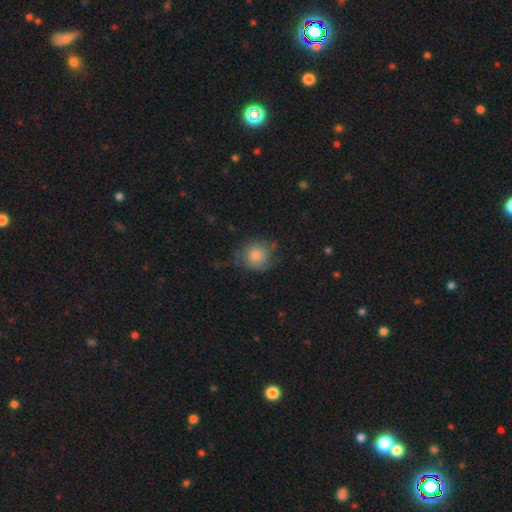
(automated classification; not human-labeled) This appears to be a smooth galaxy with no disk features (68%) that is round (86%). Merging: none (61%).